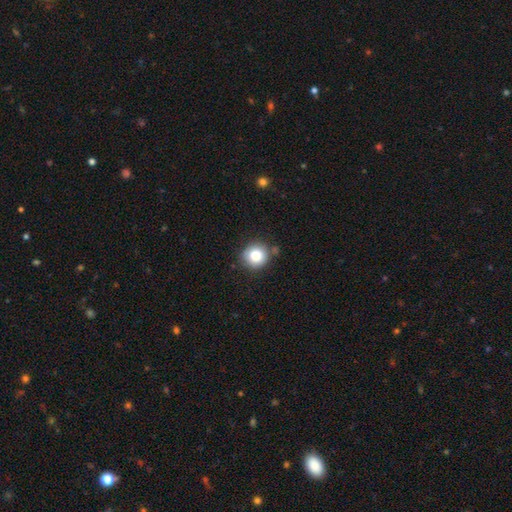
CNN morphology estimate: Overall: smooth (81%). How rounded: round (90%). Merging: none (81%).